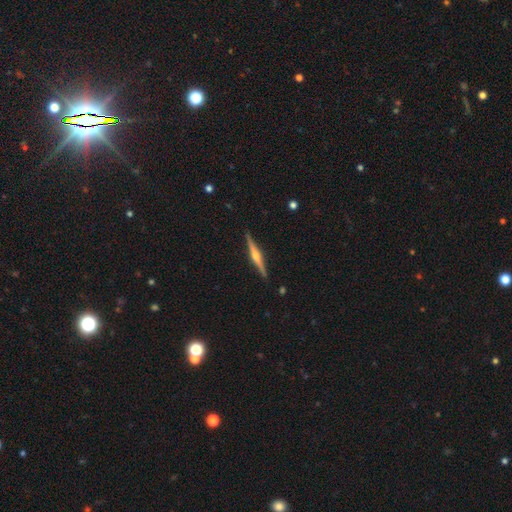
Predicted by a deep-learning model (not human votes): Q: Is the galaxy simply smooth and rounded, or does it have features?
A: featured or disk — 80%.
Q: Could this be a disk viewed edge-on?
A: yes — 98%.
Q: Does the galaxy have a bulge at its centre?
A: rounded — 91%.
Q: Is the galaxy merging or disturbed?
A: none — 91%.